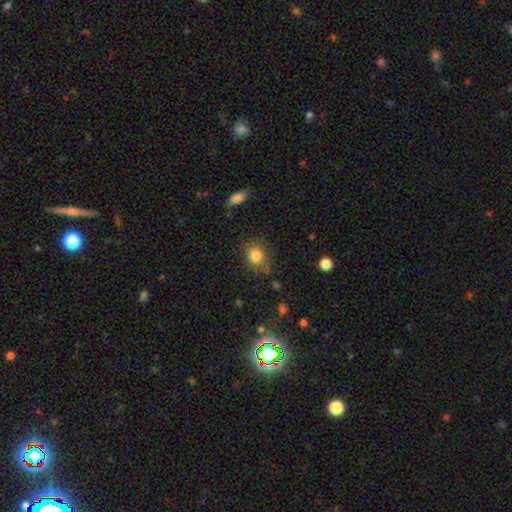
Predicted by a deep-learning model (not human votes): Smooth or featured? smooth (82%)
How rounded? round (64%)
Merging? none (72%)